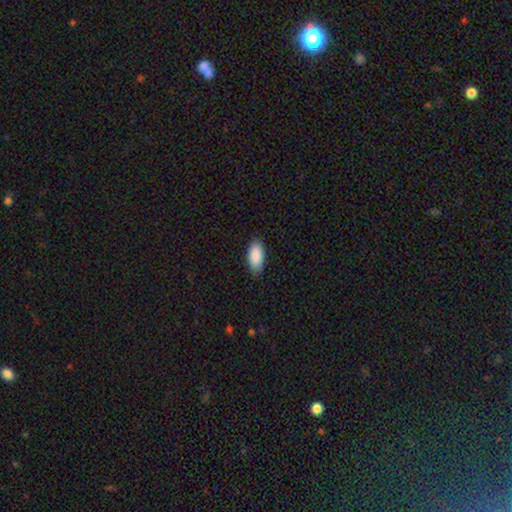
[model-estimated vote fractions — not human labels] Morphology: type=smooth (90%); roundness=in between (90%); merging=none (86%).